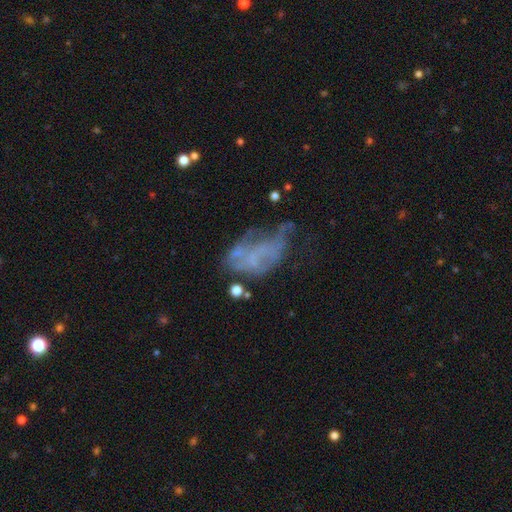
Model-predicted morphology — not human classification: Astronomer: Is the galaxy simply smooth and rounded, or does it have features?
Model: featured or disk — 57%.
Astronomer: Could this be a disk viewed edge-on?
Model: no — 97%.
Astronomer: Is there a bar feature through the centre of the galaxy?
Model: no — 86%.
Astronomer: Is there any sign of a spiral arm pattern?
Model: no — 83%.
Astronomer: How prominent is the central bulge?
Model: none — 80%.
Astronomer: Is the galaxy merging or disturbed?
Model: major disturbance — 39% (runner-up: none, 28%).